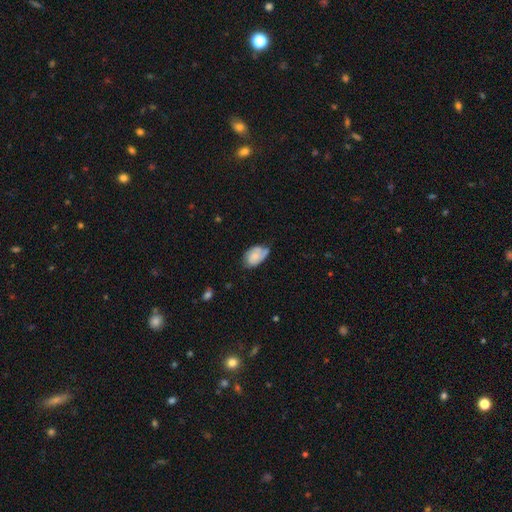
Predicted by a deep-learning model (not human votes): Smooth or featured? Predicted: smooth (p=0.63). How rounded? Predicted: in between (p=0.88). Merging? Predicted: none (p=0.48).